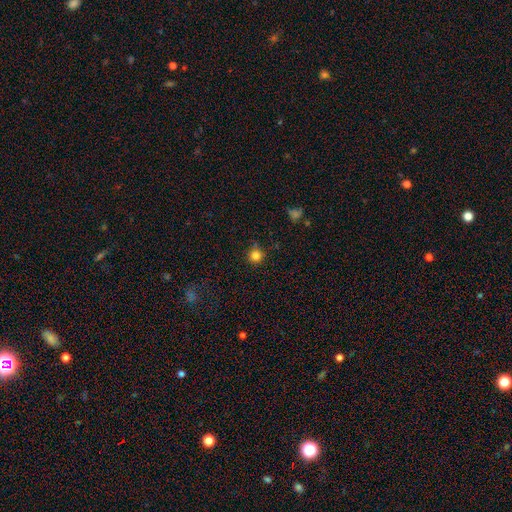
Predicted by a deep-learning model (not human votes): Smooth or featured? smooth (83%)
How rounded? round (95%)
Merging? none (85%)